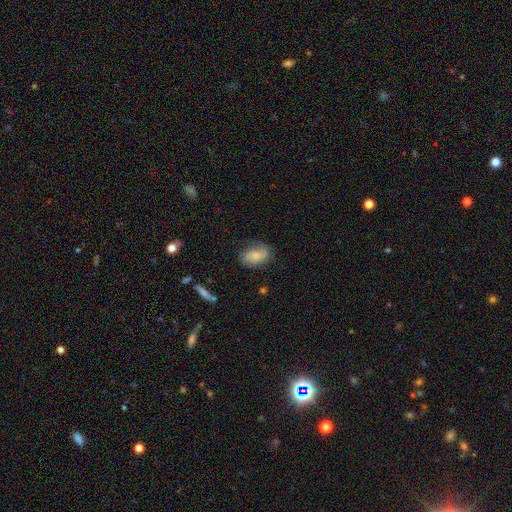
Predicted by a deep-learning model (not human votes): A smooth galaxy with no disk features (51%) that is in between round and cigar-shaped (84%).

Vote fractions:
- Smooth or featured? smooth: 51% / featured or disk: 41% / star or artifact: 8%
- How rounded? in between: 84% / round: 14% / cigar-shaped: 2%
- Merging? none: 60% / minor disturbance: 26% / major disturbance: 13% / merger: 2%